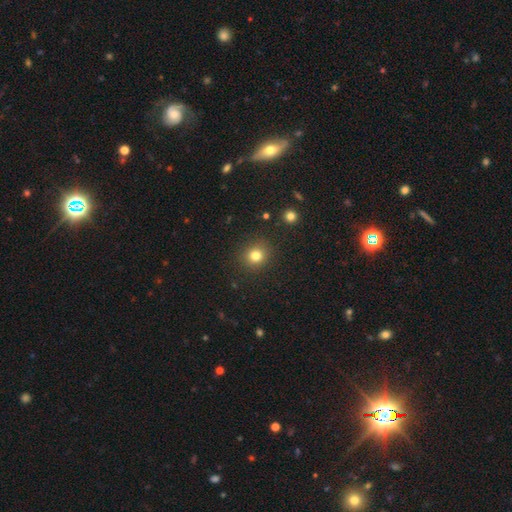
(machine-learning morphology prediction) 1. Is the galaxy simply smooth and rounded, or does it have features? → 80% smooth, 14% star or artifact, 6% featured or disk.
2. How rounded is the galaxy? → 85% round, 14% in between, 1% cigar-shaped.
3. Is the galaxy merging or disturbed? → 90% none, 7% minor disturbance, 2% major disturbance, 1% merger.